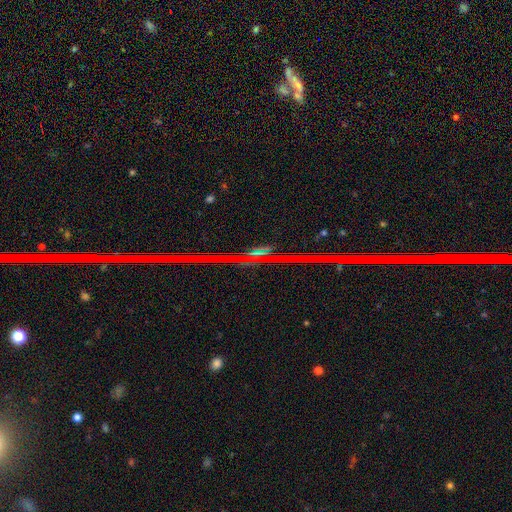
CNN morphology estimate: smooth_or_featured: star or artifact (p=0.60) [alt: featured or disk p=0.22]